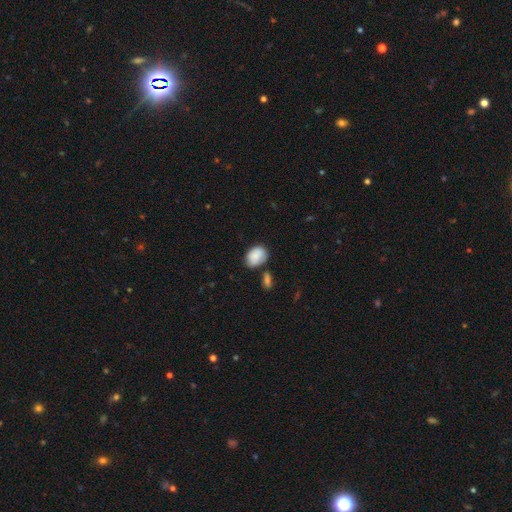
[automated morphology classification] smooth_or_featured: smooth (p=0.84) [alt: featured or disk p=0.08]
how_rounded: in between (p=0.75) [alt: round p=0.24]
merging: none (p=0.60) [alt: minor disturbance p=0.23]